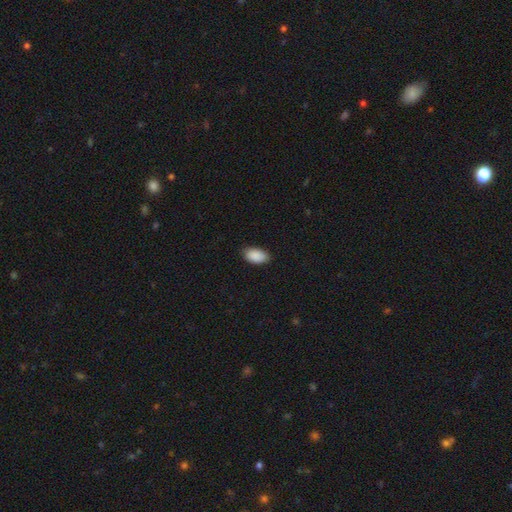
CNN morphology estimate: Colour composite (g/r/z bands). It shows a smooth galaxy with no disk features (90%) that is in between round and cigar-shaped (95%). Merging: none (84%).